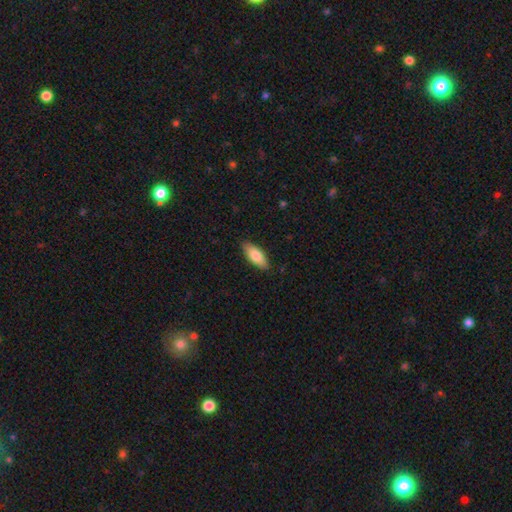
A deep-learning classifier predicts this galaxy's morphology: type=smooth (80%); roundness=in between (79%); merging=none (86%).